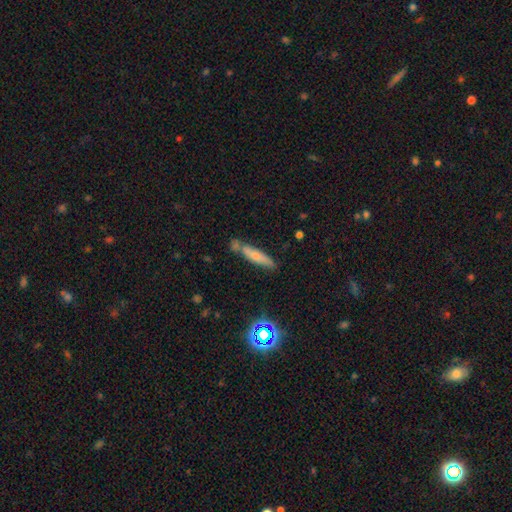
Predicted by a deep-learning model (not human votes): This appears to be a smooth galaxy with no disk features (60%) that is cigar-shaped (81%). Merging: none (64%).